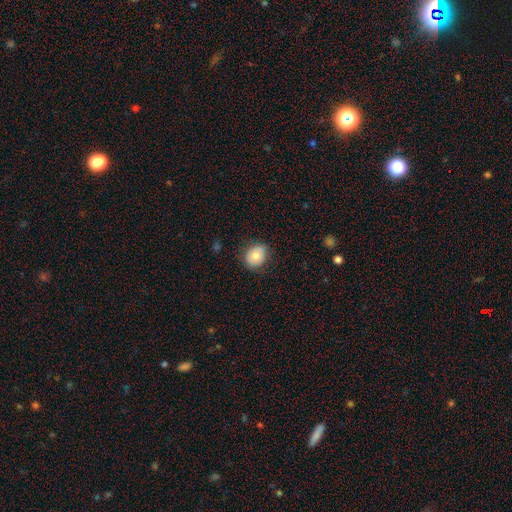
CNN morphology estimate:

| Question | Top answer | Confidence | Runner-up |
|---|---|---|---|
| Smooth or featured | smooth | 77% | featured or disk (15%) |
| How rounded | in between | 51% | round (48%) |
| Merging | none | 79% | minor disturbance (16%) |